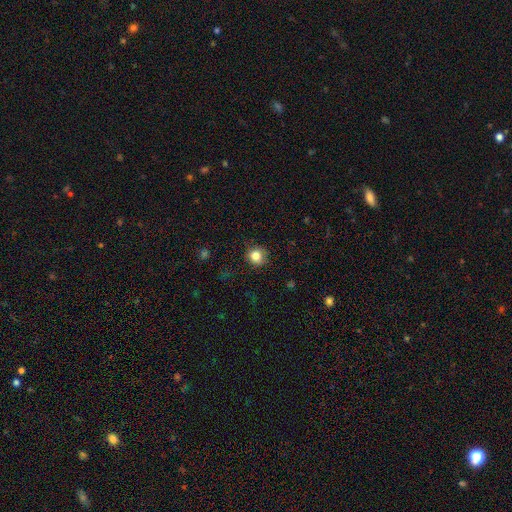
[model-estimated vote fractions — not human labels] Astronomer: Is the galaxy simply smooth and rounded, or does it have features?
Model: smooth — 82%.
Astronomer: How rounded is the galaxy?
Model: round — 88%.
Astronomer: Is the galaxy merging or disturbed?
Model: none — 85%.